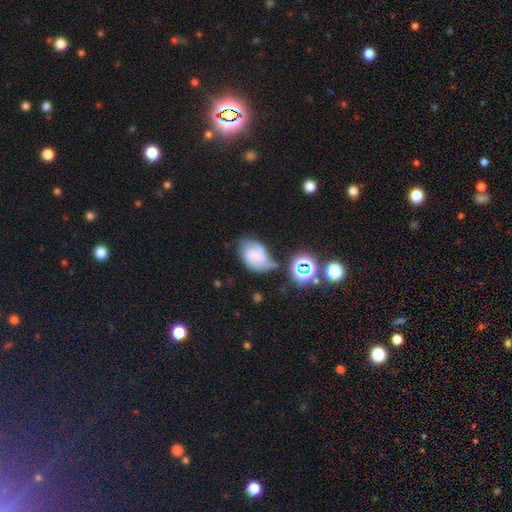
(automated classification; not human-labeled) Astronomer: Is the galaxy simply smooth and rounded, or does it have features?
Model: featured or disk — 49% (runner-up: smooth, 37%).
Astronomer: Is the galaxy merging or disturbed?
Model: none — 37% (runner-up: minor disturbance, 31%).